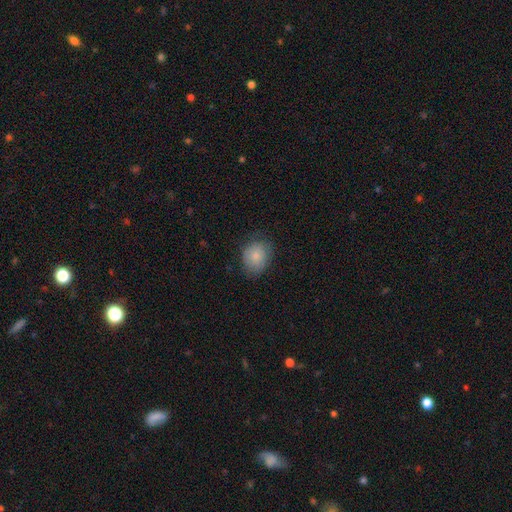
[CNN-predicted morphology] Smooth or featured: smooth — 83% (featured or disk — 10%)
How rounded: in between — 52% (round — 47%)
Merging: none — 71% (minor disturbance — 22%)